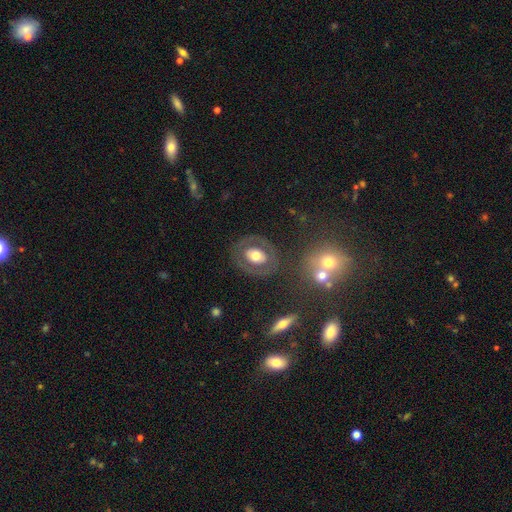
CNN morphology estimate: Smooth or featured?
  - smooth: 46% * (tied)
  - featured or disk: 46% * (tied)
  - star or artifact: 8%
Merging?
  - none: 79% *
  - minor disturbance: 11%
  - major disturbance: 7%
  - merger: 3%